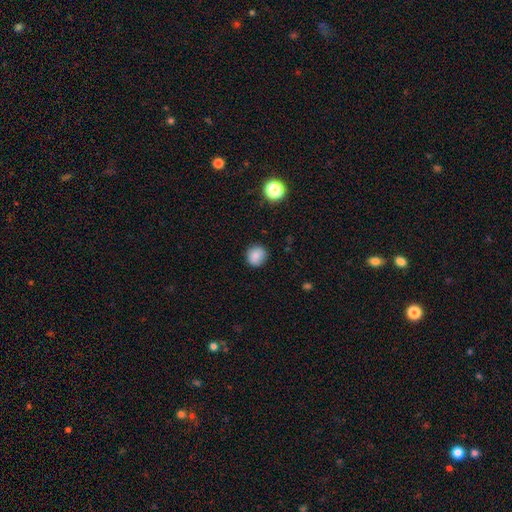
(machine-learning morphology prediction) type=smooth (85%); roundness=round (84%); merging=none (84%).